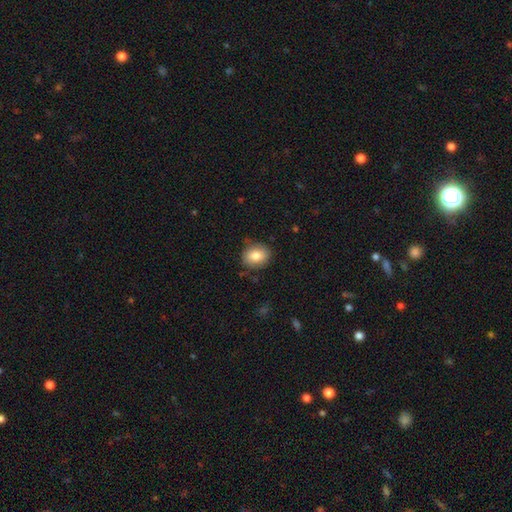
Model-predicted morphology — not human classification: This is clearly a smooth galaxy (83%). How rounded: possibly round (58%). Merging: clearly none (82%).